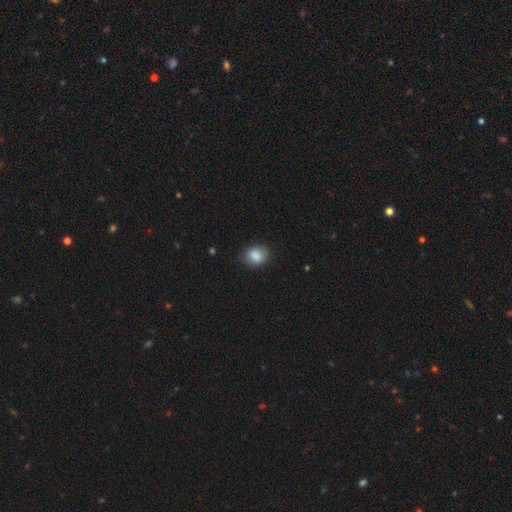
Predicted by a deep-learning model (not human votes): This is clearly a smooth galaxy (87%). How rounded: possibly in between (50%). Merging: likely none (78%).